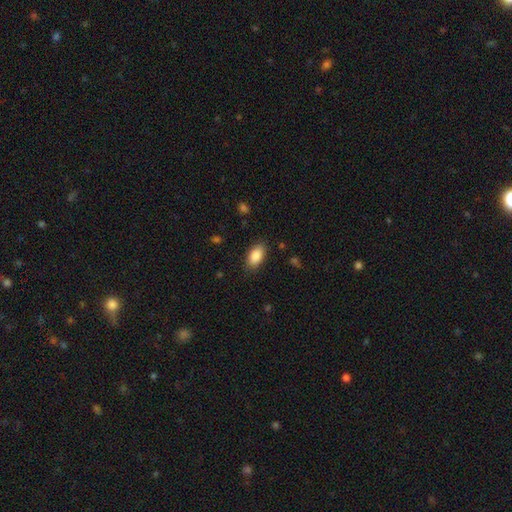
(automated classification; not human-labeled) smooth_or_featured: smooth (p=0.88) [alt: star or artifact p=0.07]
how_rounded: in between (p=0.93) [alt: round p=0.04]
merging: none (p=0.85) [alt: minor disturbance p=0.11]